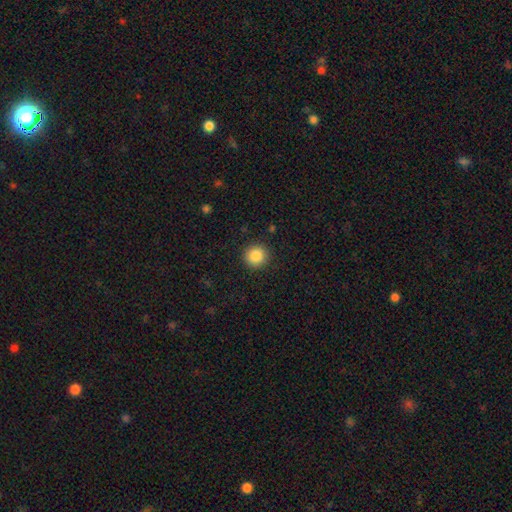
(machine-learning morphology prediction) Smooth or featured?
  - smooth: 87% *
  - star or artifact: 9%
  - featured or disk: 4%
How rounded?
  - round: 93% *
  - in between: 6%
  - cigar-shaped: 1%
Merging?
  - none: 91% *
  - minor disturbance: 6%
  - major disturbance: 2%
  - merger: 1%